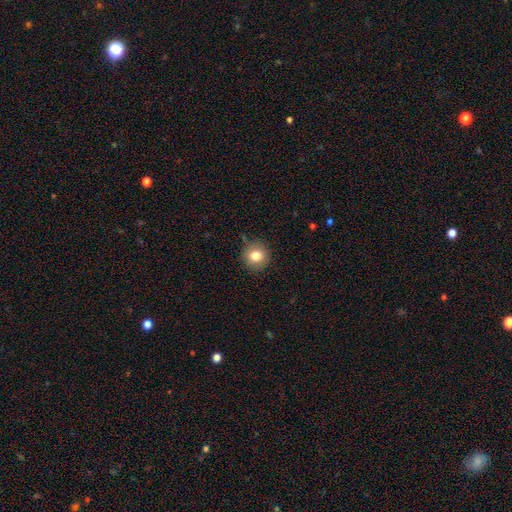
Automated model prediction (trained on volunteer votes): A smooth galaxy with no disk features (81%) that is round (93%).

Vote fractions:
- Smooth or featured? smooth: 81% / star or artifact: 11% / featured or disk: 8%
- How rounded? round: 93% / in between: 6% / cigar-shaped: 1%
- Merging? none: 88% / minor disturbance: 8% / major disturbance: 2% / merger: 1%